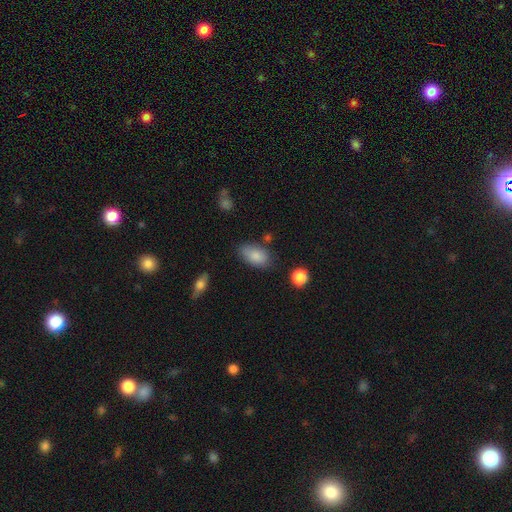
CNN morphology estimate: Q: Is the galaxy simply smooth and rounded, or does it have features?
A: smooth — 84%.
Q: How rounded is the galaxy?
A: in between — 93%.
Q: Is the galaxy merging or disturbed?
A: none — 70%.